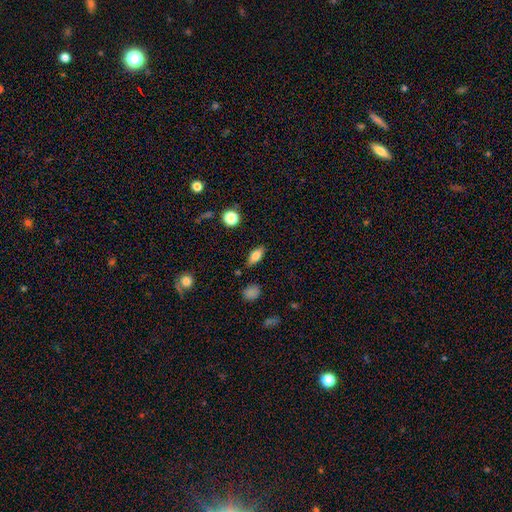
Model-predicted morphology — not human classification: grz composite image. It shows a smooth galaxy with no disk features (79%) that is in between round and cigar-shaped (82%). Merging: none (84%).